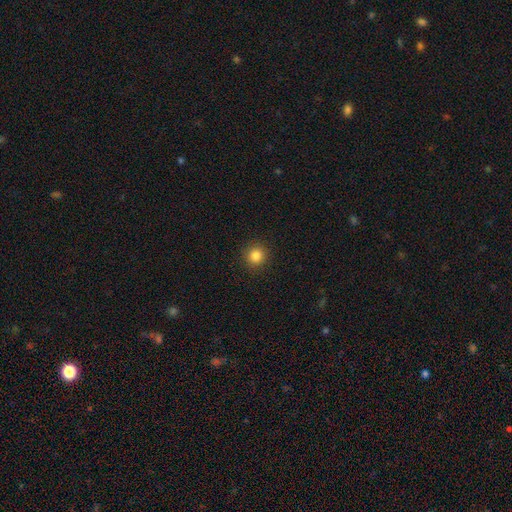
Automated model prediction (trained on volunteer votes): Smooth or featured: smooth — 85% (star or artifact — 12%)
How rounded: round — 92% (in between — 7%)
Merging: none — 91% (minor disturbance — 6%)